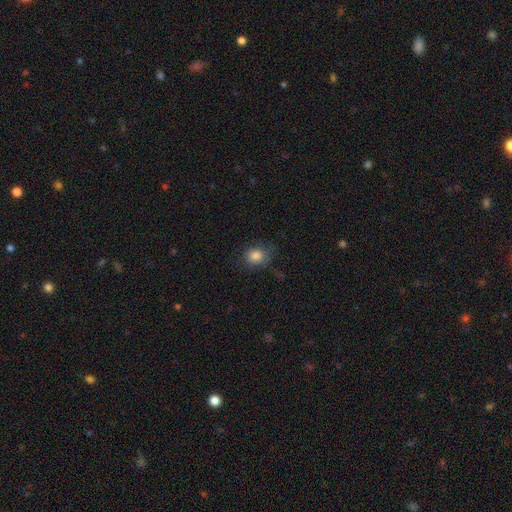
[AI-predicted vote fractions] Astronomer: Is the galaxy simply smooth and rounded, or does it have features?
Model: smooth — 84%.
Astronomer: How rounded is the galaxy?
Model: round — 54% (runner-up: in between, 45%).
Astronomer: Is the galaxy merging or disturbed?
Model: none — 70%.